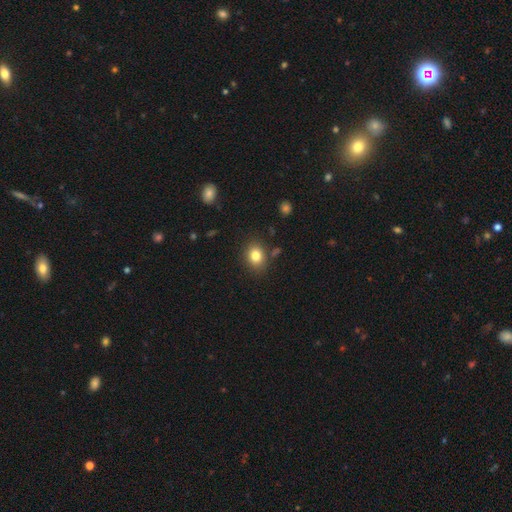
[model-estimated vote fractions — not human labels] Overall: smooth (82%). How rounded: round (53%; in between 46%). Merging: none (83%).